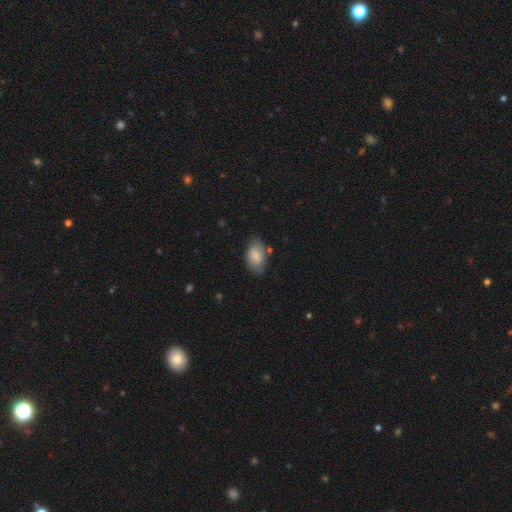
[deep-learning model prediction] smooth-or-featured: smooth: 78% | featured or disk: 15% | star or artifact: 7%
  how-rounded: in between: 92% | round: 7% | cigar-shaped: 2%
  merging: none: 72% | minor disturbance: 20% | major disturbance: 5% | merger: 3%